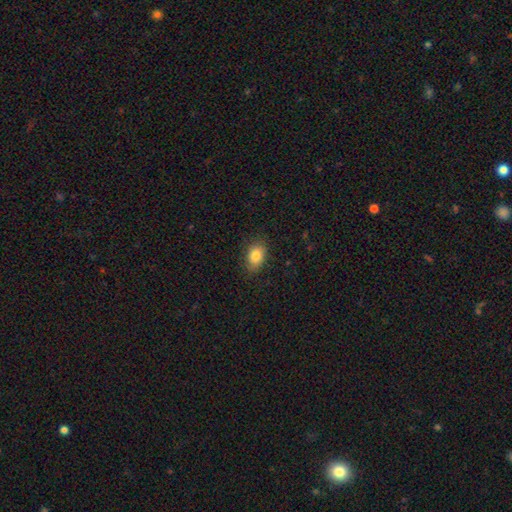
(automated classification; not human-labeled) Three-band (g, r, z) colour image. It shows a smooth galaxy with no disk features (83%) that is in between round and cigar-shaped (81%). Merging: none (85%).